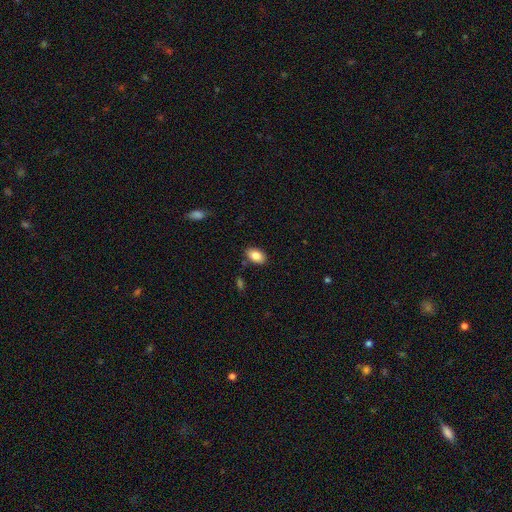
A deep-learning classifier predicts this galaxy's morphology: Smooth or featured? Predicted: smooth (p=0.84). How rounded? Predicted: in between (p=0.91). Merging? Predicted: none (p=0.84).